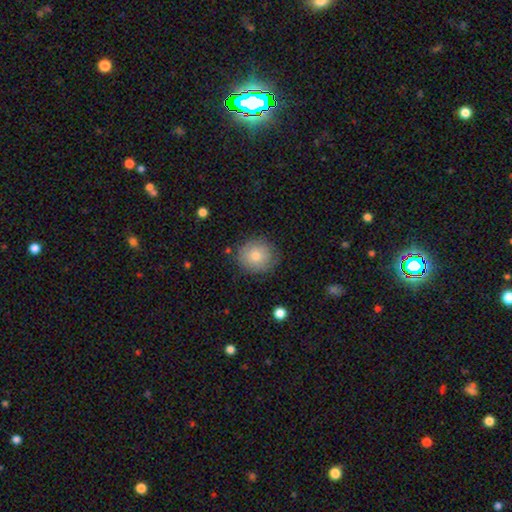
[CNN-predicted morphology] This appears to be a smooth galaxy with no disk features (76%) that is round (90%). Merging: none (82%).